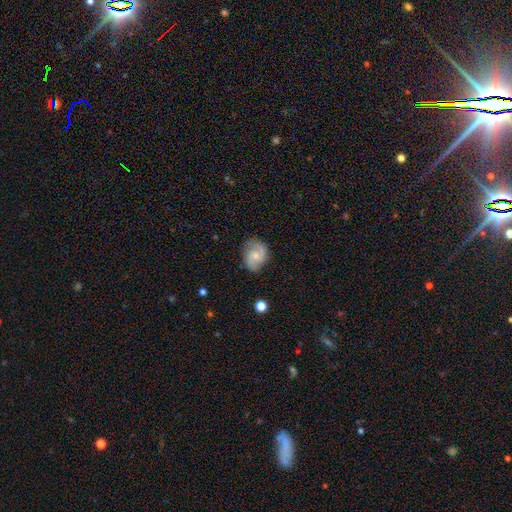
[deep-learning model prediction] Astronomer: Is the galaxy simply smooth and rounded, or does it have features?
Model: featured or disk — 69%.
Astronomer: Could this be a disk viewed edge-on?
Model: no — 98%.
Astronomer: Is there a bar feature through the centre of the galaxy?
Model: no — 56% (runner-up: weak, 39%).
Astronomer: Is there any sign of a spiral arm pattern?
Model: yes — 94%.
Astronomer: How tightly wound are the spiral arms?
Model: medium — 49% (runner-up: loose, 29%).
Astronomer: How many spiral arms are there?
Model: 2 — 88%.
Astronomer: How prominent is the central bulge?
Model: small — 50% (runner-up: moderate, 37%).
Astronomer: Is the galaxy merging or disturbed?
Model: none — 75%.